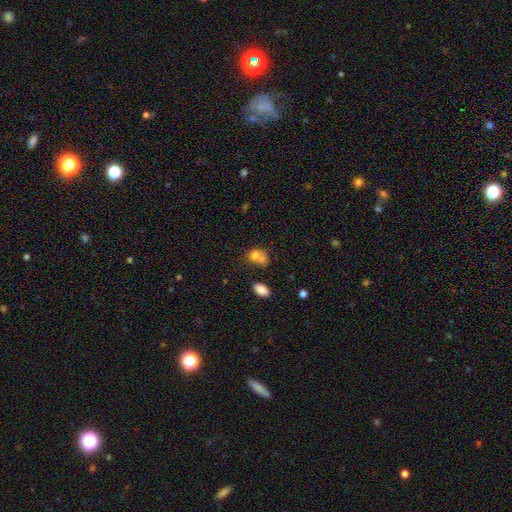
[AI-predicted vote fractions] Smooth or featured? Predicted: smooth (p=0.75). How rounded? Predicted: round (p=0.51). Merging? Predicted: merger (p=0.49).